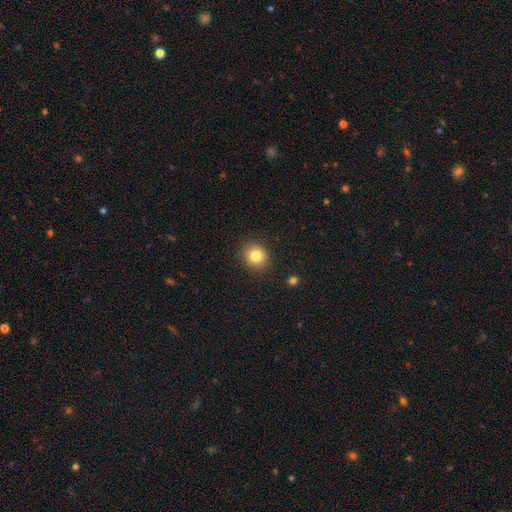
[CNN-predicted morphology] Smooth or featured? Predicted: smooth (p=0.83). How rounded? Predicted: round (p=0.83). Merging? Predicted: none (p=0.89).